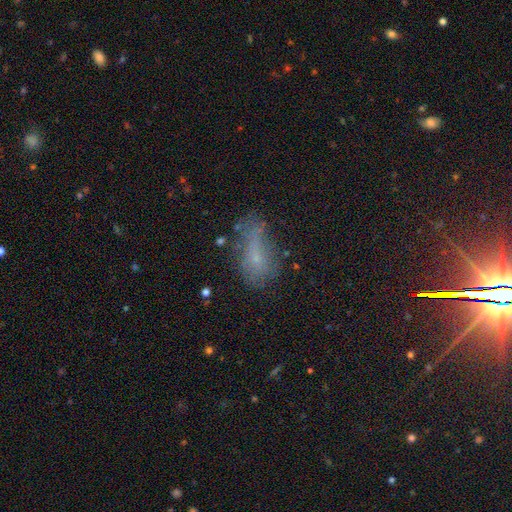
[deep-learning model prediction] Smooth or featured: smooth — 56% (featured or disk — 25%)
How rounded: in between — 81% (cigar-shaped — 11%)
Merging: none — 38% (minor disturbance — 29%)